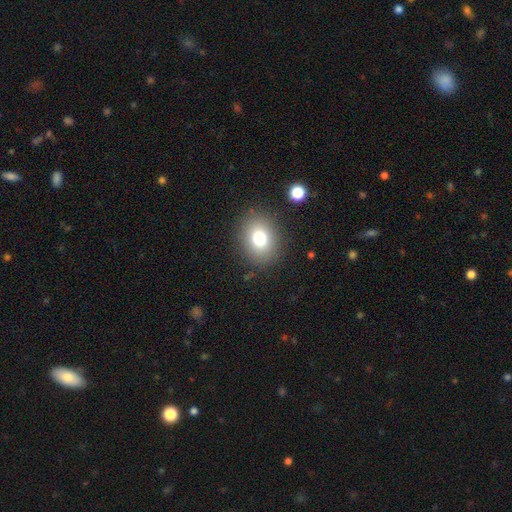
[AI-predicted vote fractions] Q: Smooth or featured?
A: smooth (75%); runner-up: star or artifact (16%)
Q: How rounded?
A: round (56%); runner-up: in between (43%)
Q: Merging?
A: none (90%); runner-up: minor disturbance (7%)